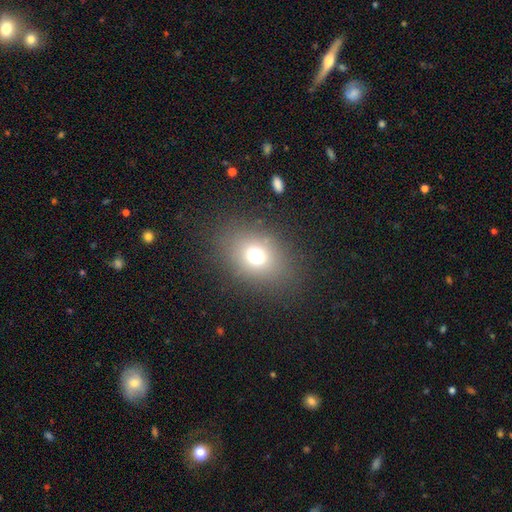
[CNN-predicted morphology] A smooth galaxy with no disk features (70%) that is in between round and cigar-shaped (55%). Merging: none (82%).